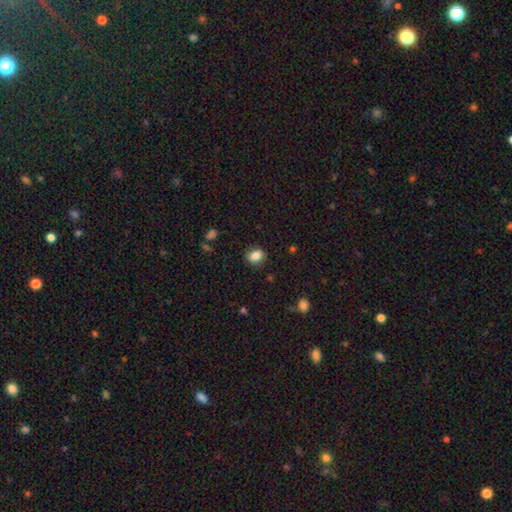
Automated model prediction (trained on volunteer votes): A smooth galaxy with no disk features (81%) that is in between round and cigar-shaped (65%). Merging: none (81%).